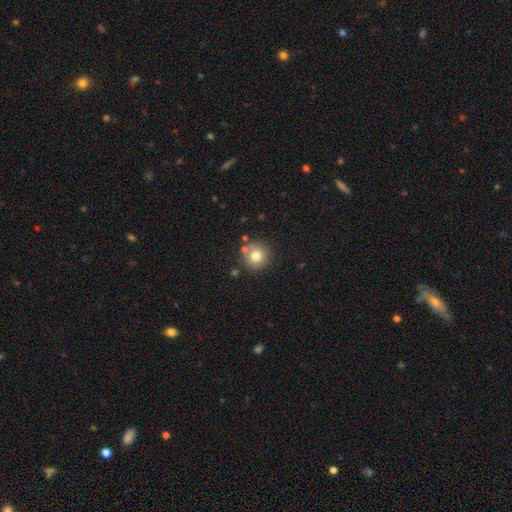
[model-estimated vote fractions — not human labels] Smooth or featured: smooth — 77% (star or artifact — 12%)
How rounded: round — 93% (in between — 6%)
Merging: none — 79% (minor disturbance — 10%)